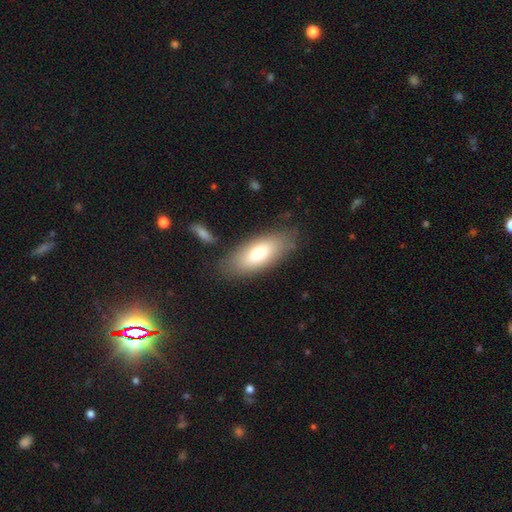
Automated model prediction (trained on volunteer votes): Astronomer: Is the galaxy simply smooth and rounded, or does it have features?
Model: smooth — 72%.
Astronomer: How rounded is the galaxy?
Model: in between — 81%.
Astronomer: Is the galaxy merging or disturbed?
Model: none — 82%.